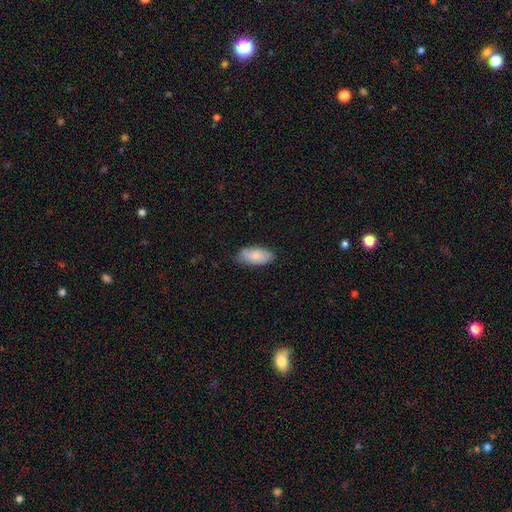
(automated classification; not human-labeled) A smooth galaxy with no disk features (78%) that is in between round and cigar-shaped (89%). Merging: none (74%).